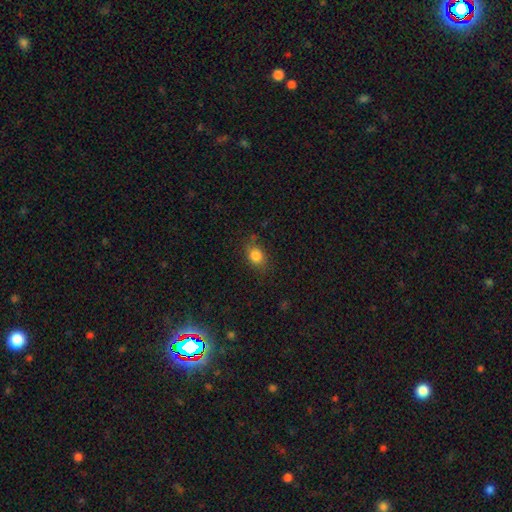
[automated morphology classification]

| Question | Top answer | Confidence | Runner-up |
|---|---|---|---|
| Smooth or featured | smooth | 83% | star or artifact (10%) |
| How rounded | in between | 58% | round (40%) |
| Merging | none | 73% | minor disturbance (20%) |